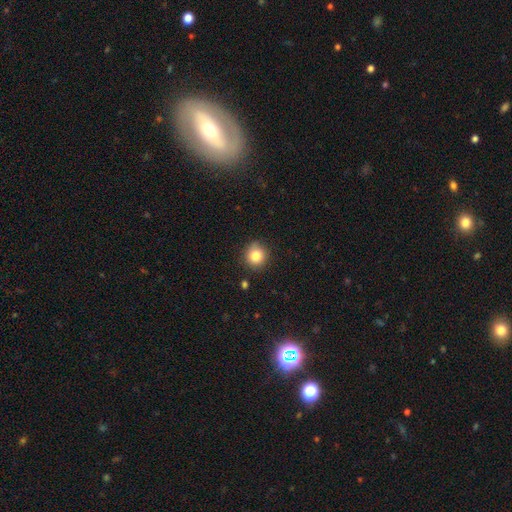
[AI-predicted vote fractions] smooth_or_featured: smooth (p=0.83) [alt: star or artifact p=0.10]
how_rounded: round (p=0.90) [alt: in between p=0.09]
merging: none (p=0.86) [alt: minor disturbance p=0.10]